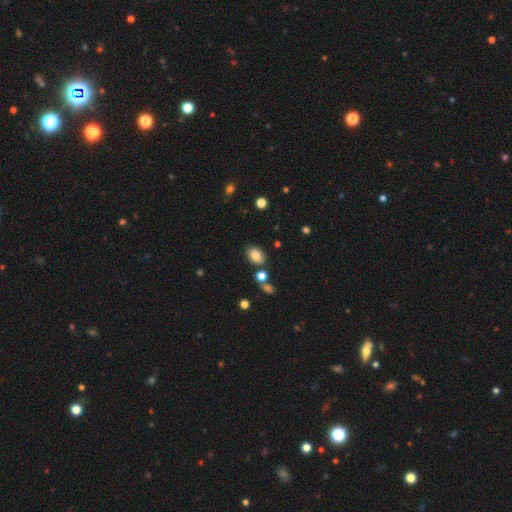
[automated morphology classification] Smooth or featured? Predicted: smooth (p=0.84). How rounded? Predicted: in between (p=0.85). Merging? Predicted: none (p=0.80).